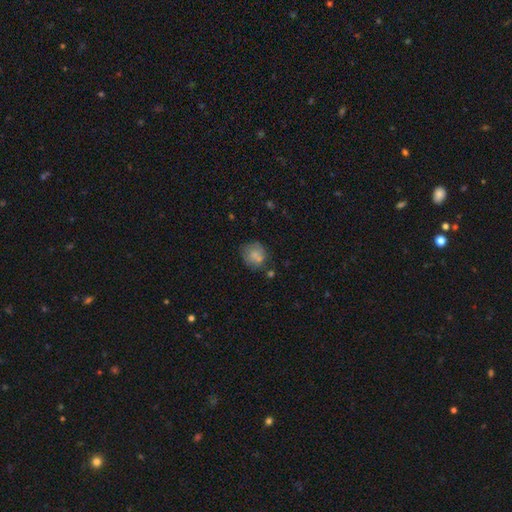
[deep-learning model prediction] Overall: smooth (71%). How rounded: round (79%). Merging: none (57%; minor disturbance 22%).